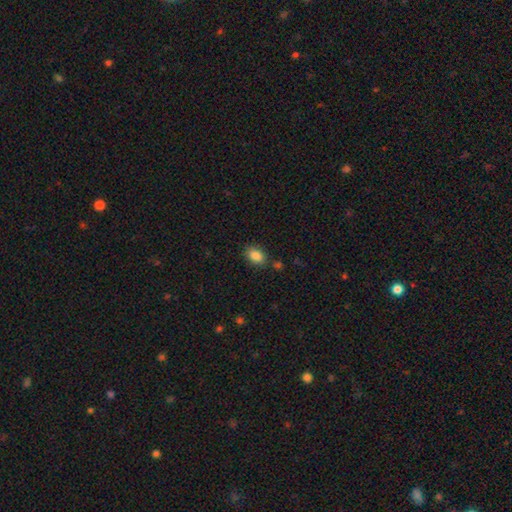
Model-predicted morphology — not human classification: This is clearly a smooth galaxy (86%). How rounded: clearly in between (82%). Merging: clearly none (80%).